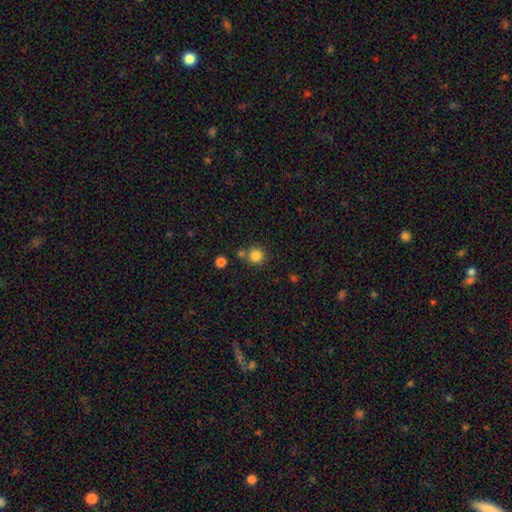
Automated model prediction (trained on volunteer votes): smooth-or-featured: smooth: 84% | star or artifact: 11% | featured or disk: 5%
  how-rounded: round: 92% | in between: 7% | cigar-shaped: 1%
  merging: none: 71% | merger: 17% | minor disturbance: 9% | major disturbance: 3%